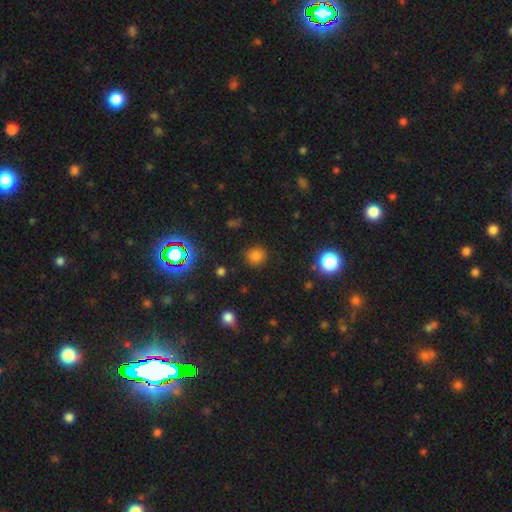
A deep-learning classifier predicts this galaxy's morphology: This is likely a smooth galaxy (75%). How rounded: clearly round (89%). Merging: clearly none (87%).